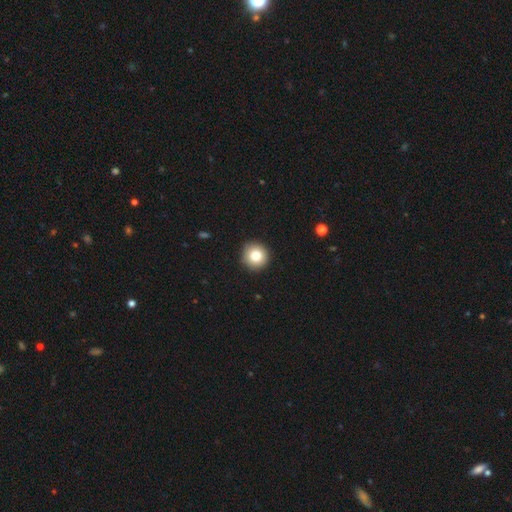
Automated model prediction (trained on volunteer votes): The model was most divided on "smooth or featured": smooth: 83%, star or artifact: 10%, featured or disk: 8%. More confident: how rounded — round (94%); merging — none (90%).